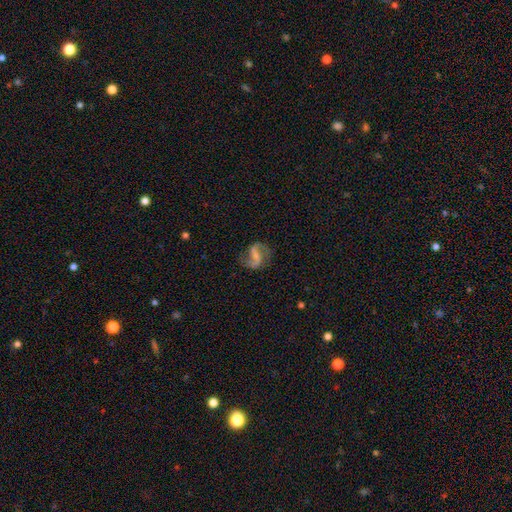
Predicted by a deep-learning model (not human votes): Morphology: type=featured or disk (80%); edge-on=no (97%); bar=strong (47%); spiral arms=yes (92%); winding=loose (56%); arm count=2 (91%); bulge=none (44%); merging=none (72%).